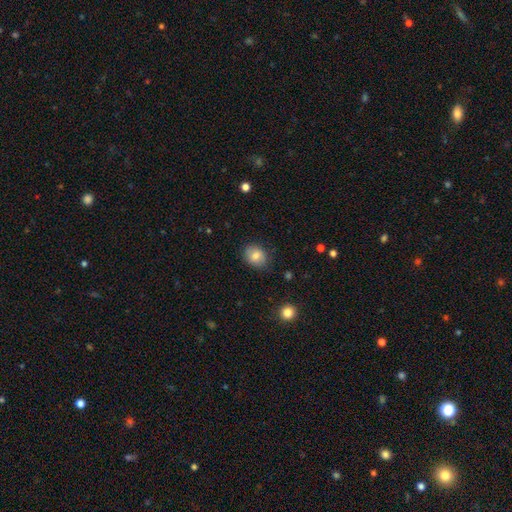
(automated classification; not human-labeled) This is clearly a smooth galaxy (81%). How rounded: possibly round (56%). Merging: clearly none (85%).